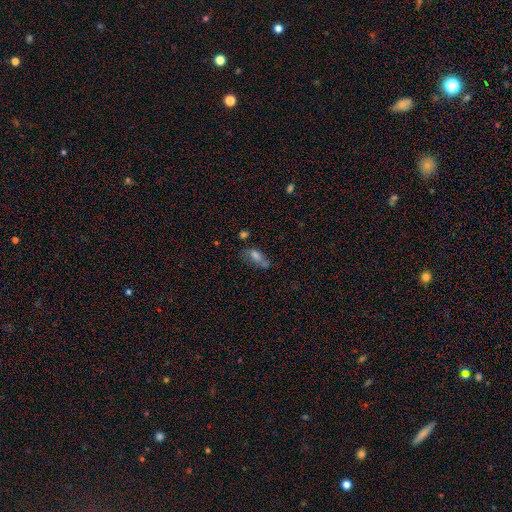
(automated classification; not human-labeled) smooth 62%, featured or disk 24%, star or artifact 14%. Down the decision tree: how rounded — in between (79%); merging — none (42%).